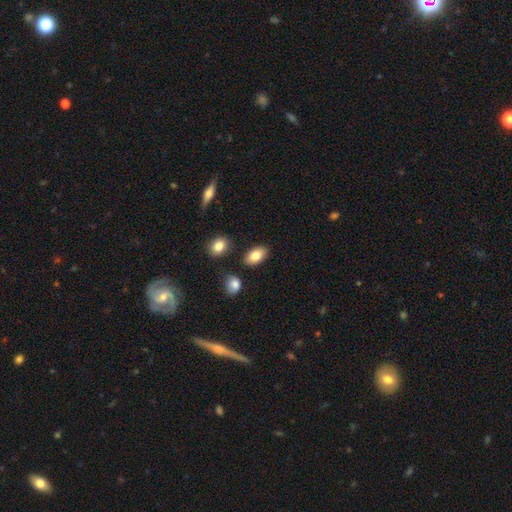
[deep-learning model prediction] A smooth galaxy with no disk features (82%) that is in between round and cigar-shaped (92%).

Vote fractions:
- Smooth or featured? smooth: 82% / featured or disk: 10% / star or artifact: 7%
- How rounded? in between: 92% / round: 6% / cigar-shaped: 2%
- Merging? none: 84% / minor disturbance: 9% / merger: 4% / major disturbance: 2%